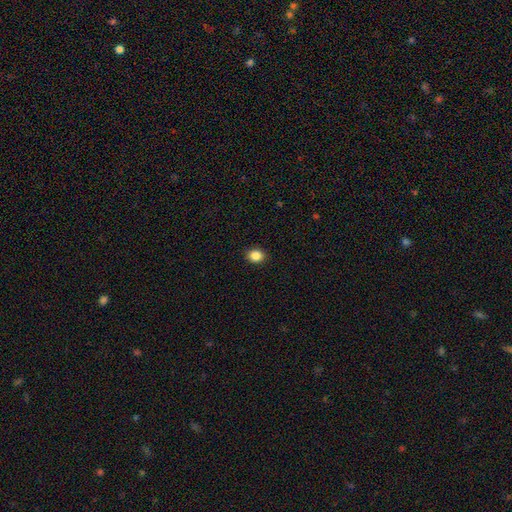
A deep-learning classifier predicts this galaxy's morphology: A smooth galaxy with no disk features (86%) that is round (66%). Merging: none (92%).